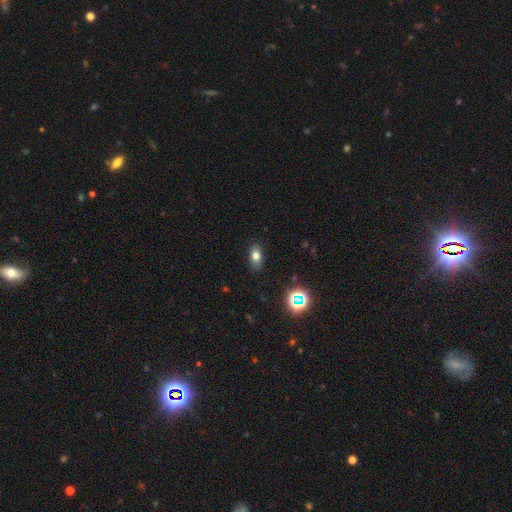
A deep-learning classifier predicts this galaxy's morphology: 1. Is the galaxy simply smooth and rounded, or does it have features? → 73% smooth, 14% star or artifact, 12% featured or disk.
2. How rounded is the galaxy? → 83% in between, 13% round, 4% cigar-shaped.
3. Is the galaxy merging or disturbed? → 86% none, 10% minor disturbance, 3% major disturbance, 1% merger.